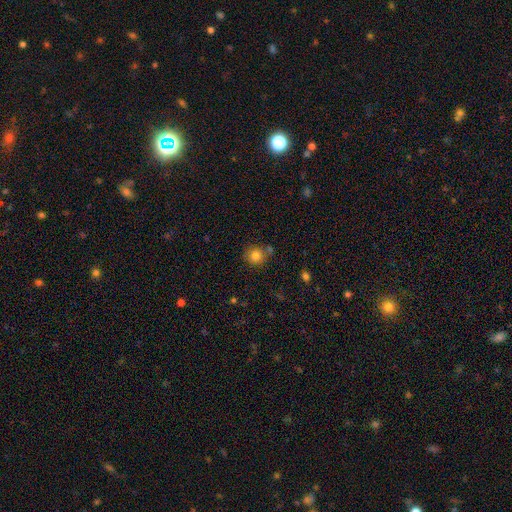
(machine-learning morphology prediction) Smooth or featured?
  - smooth: 82% *
  - star or artifact: 11%
  - featured or disk: 7%
How rounded?
  - round: 87% *
  - in between: 12%
  - cigar-shaped: 1%
Merging?
  - none: 70% *
  - minor disturbance: 14%
  - merger: 12%
  - major disturbance: 4%